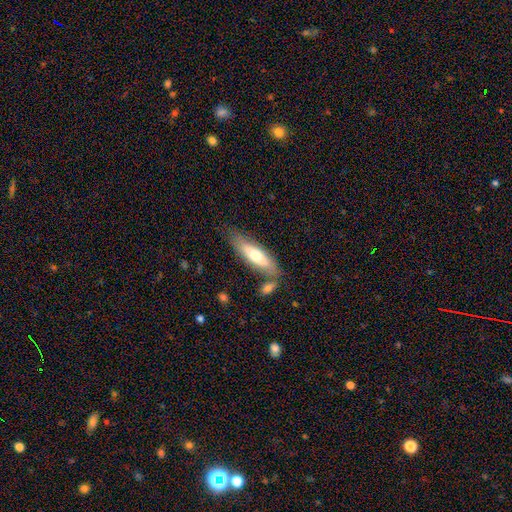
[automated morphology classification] Q: Smooth or featured?
A: smooth (59%); runner-up: featured or disk (36%)
Q: How rounded?
A: cigar-shaped (52%); runner-up: in between (46%)
Q: Merging?
A: none (63%); runner-up: minor disturbance (18%)